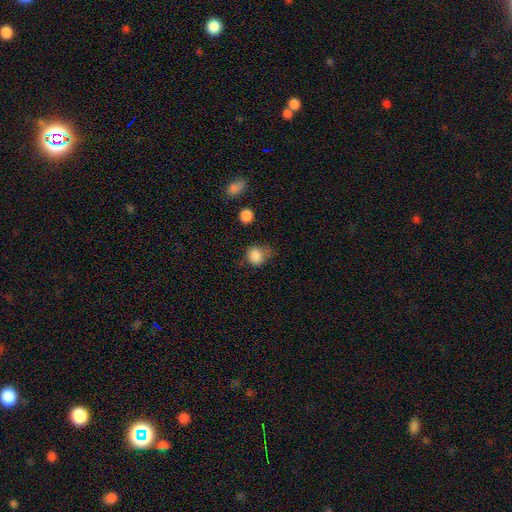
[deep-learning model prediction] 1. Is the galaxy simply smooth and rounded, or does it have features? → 85% smooth, 10% star or artifact, 5% featured or disk.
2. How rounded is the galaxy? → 75% round, 25% in between, 1% cigar-shaped.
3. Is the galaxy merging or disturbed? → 53% none, 31% minor disturbance, 12% major disturbance, 4% merger.